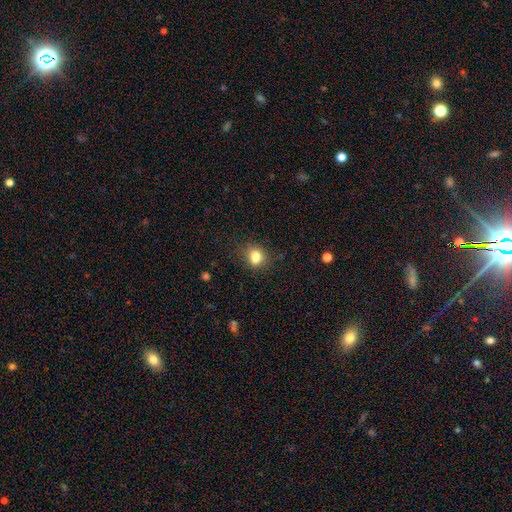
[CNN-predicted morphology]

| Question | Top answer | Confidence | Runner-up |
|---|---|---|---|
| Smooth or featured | smooth | 82% | star or artifact (11%) |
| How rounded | round | 51% | in between (48%) |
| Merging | none | 72% | minor disturbance (17%) |